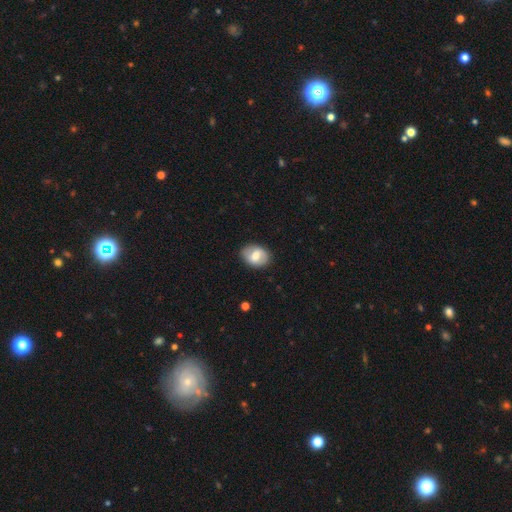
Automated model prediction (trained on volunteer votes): Overall: smooth (60%; featured or disk 32%). How rounded: in between (71%). Merging: none (83%).